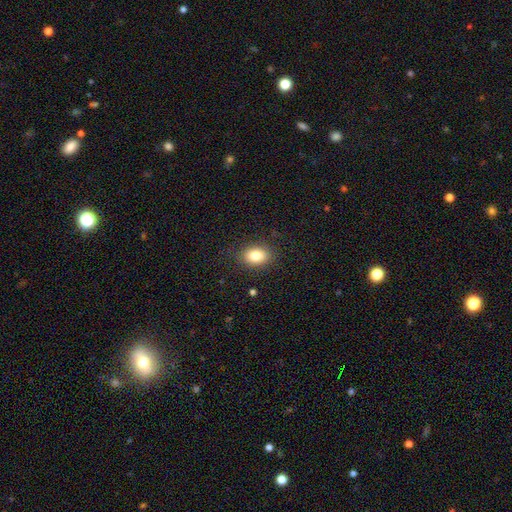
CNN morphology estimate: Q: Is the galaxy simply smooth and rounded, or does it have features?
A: smooth — 83%.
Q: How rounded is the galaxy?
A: in between — 74%.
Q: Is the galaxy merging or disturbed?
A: none — 86%.